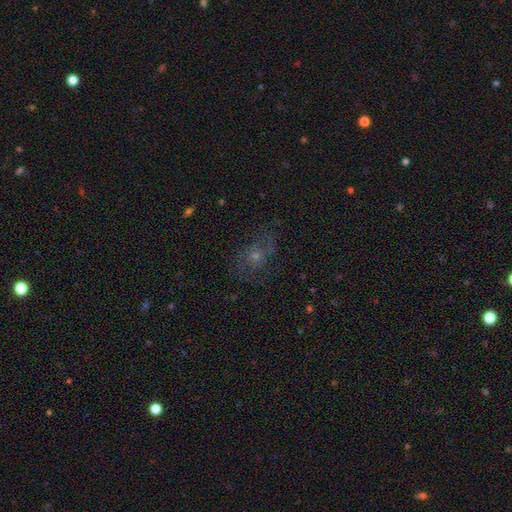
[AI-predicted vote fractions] Overall: featured or disk (46%; smooth 32%). Merging: none (62%).